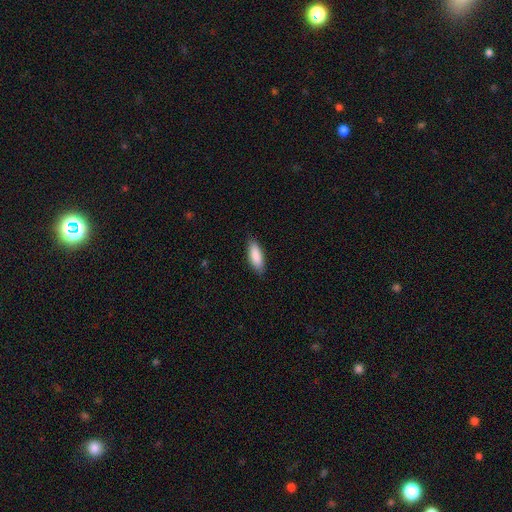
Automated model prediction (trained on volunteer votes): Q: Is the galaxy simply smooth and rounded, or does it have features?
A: smooth — 88%.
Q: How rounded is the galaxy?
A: in between — 69%.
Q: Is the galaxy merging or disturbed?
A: none — 86%.